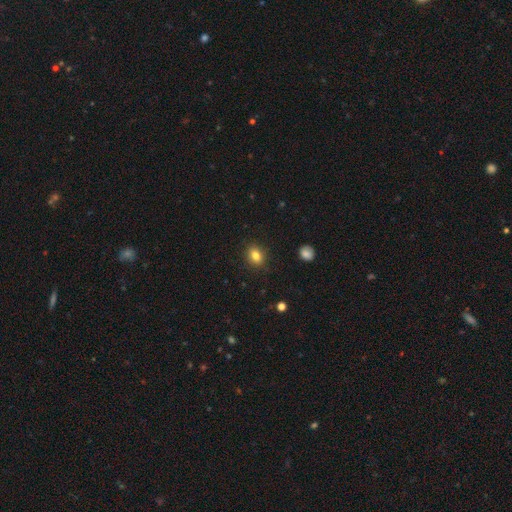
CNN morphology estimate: A smooth galaxy with no disk features (82%) that is in between round and cigar-shaped (55%).

Vote fractions:
- Smooth or featured? smooth: 82% / star or artifact: 10% / featured or disk: 7%
- How rounded? in between: 55% / round: 43% / cigar-shaped: 1%
- Merging? none: 89% / minor disturbance: 8% / major disturbance: 2% / merger: 1%